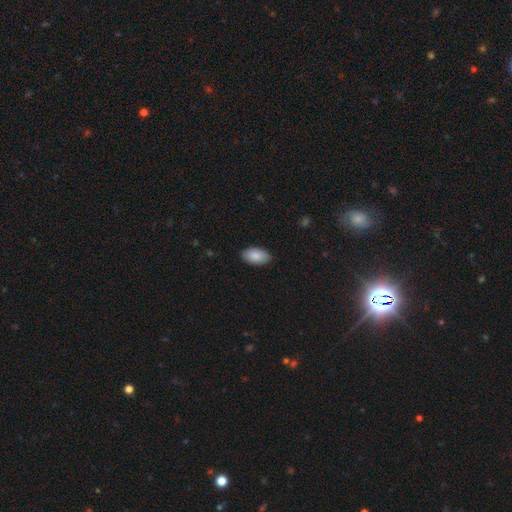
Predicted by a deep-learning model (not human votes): Morphology: type=smooth (87%); roundness=in between (95%); merging=none (87%).